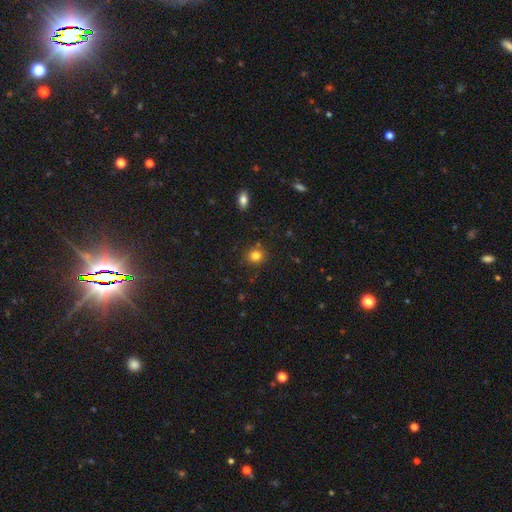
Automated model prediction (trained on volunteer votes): A smooth galaxy with no disk features (82%) that is round (83%). Merging: none (84%).